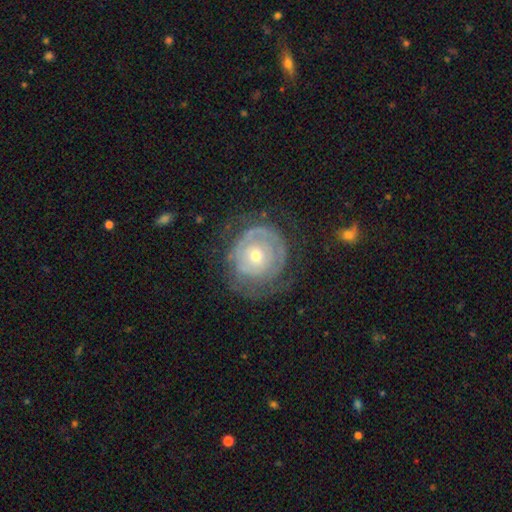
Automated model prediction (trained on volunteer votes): This is likely a featured or disk galaxy (70%). It is clearly not viewed edge-on (97%). Bar: clearly no (85%). Spiral arm pattern: likely yes (68%). Central bulge: possibly small (55%). Merging: possibly none (60%).